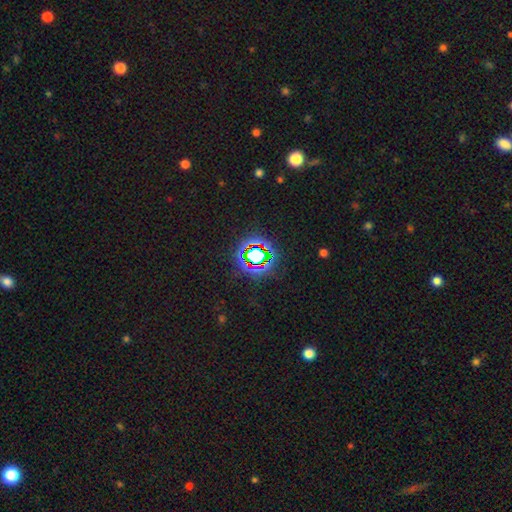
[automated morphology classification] star or artifact 70%, smooth 19%, featured or disk 12%.